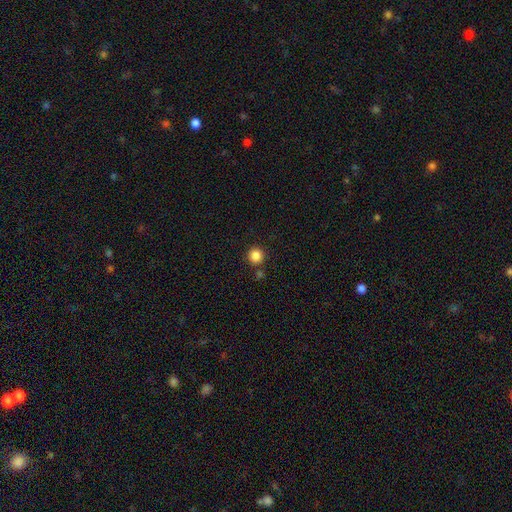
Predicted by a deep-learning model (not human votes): Smooth or featured?
  - smooth: 86% *
  - star or artifact: 11%
  - featured or disk: 3%
How rounded?
  - round: 95% *
  - in between: 4%
  - cigar-shaped: 1%
Merging?
  - none: 84% *
  - minor disturbance: 7%
  - merger: 7%
  - major disturbance: 2%